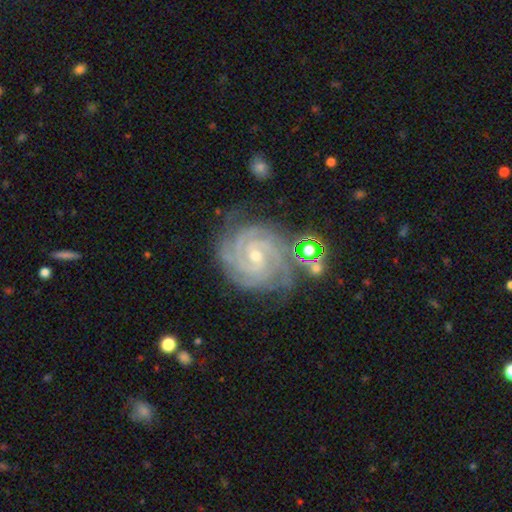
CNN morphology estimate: featured or disk 92%, star or artifact 5%, smooth 3%. Down the decision tree: edge-on disk — no (98%); bar — no (47%); spiral arms — yes (99%); spiral arm count — 3 (30%); spiral winding — tight (83%); bulge size — small (68%); merging — none (76%).